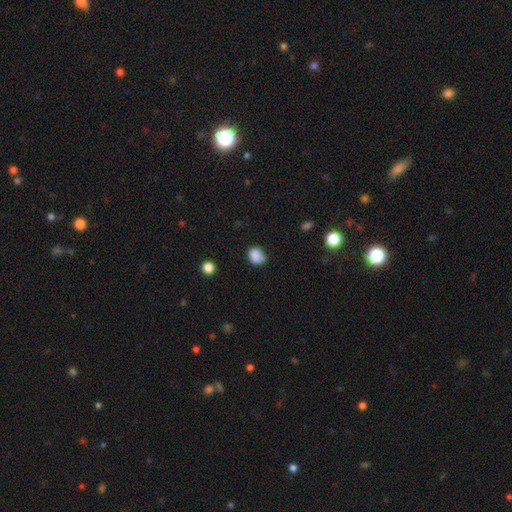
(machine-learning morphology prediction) This is clearly a smooth galaxy (85%). How rounded: possibly in between (50%). Merging: likely none (65%).